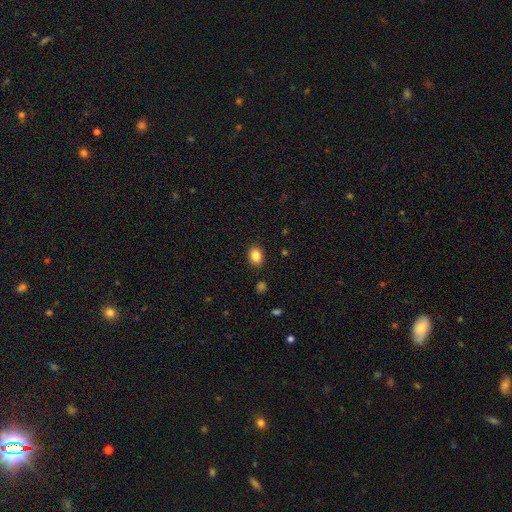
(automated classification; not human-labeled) This appears to be a smooth galaxy with no disk features (85%) that is in between round and cigar-shaped (62%). Merging: none (88%).